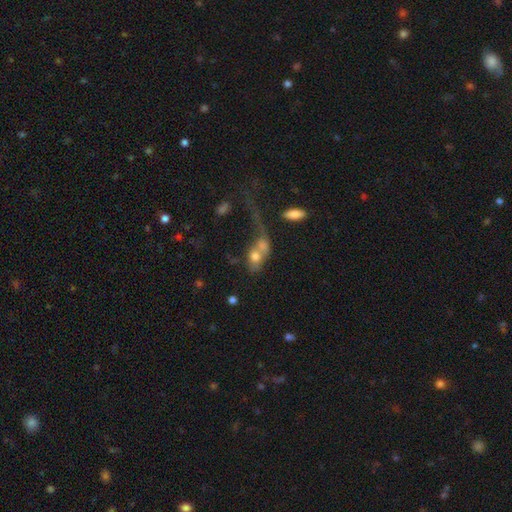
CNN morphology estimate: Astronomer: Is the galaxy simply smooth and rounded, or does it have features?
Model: smooth — 62%.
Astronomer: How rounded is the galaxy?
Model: in between — 67%.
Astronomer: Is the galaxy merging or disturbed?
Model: merger — 62%.